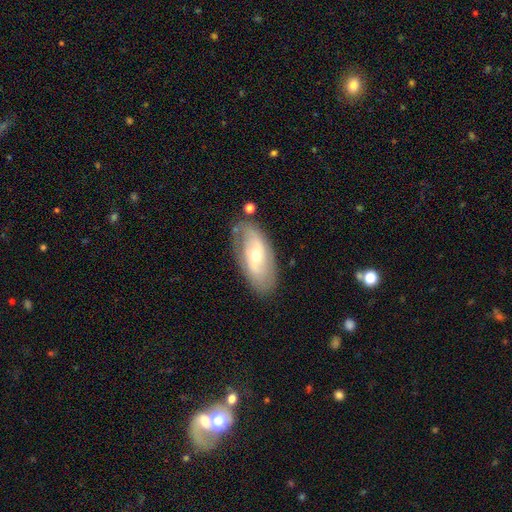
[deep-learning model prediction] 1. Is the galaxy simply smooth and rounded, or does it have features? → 62% featured or disk, 31% smooth, 7% star or artifact.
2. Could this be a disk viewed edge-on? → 88% no, 12% yes.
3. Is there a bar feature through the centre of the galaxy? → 42% no, 39% weak, 19% strong.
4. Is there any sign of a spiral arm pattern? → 66% yes, 34% no.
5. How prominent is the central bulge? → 55% moderate, 40% small, 4% large, 1% dominant, 1% none.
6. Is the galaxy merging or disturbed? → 75% none, 17% minor disturbance, 6% major disturbance, 3% merger.